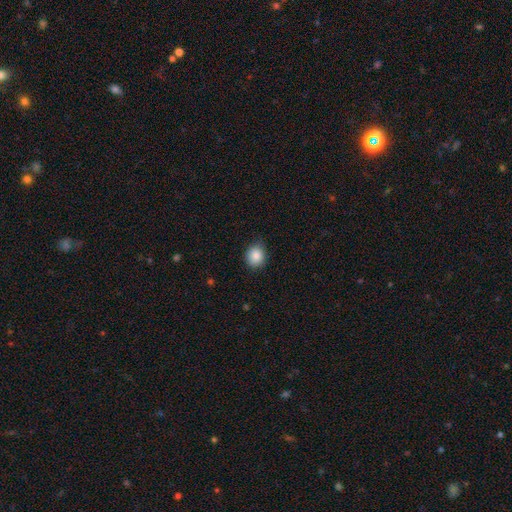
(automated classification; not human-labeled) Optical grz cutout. It shows a smooth galaxy with no disk features (85%) that is round (71%). Merging: none (79%).